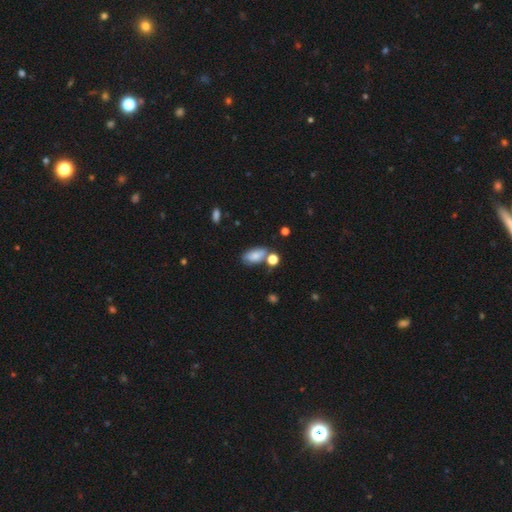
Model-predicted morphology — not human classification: This appears to be a smooth galaxy with no disk features (80%) that is in between round and cigar-shaped (88%). Merging: none (59%).